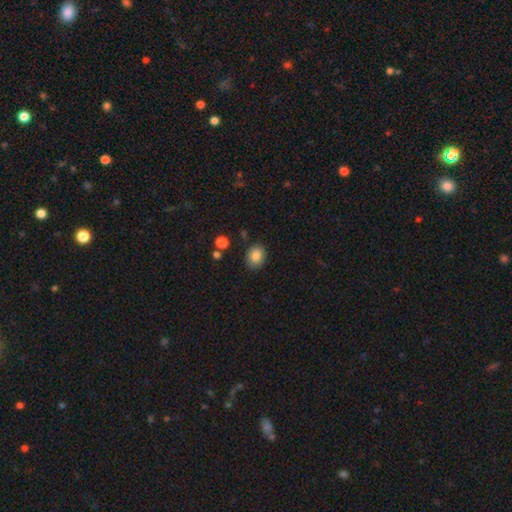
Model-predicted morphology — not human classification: This is clearly a smooth galaxy (84%). How rounded: possibly in between (54%). Merging: clearly none (84%).